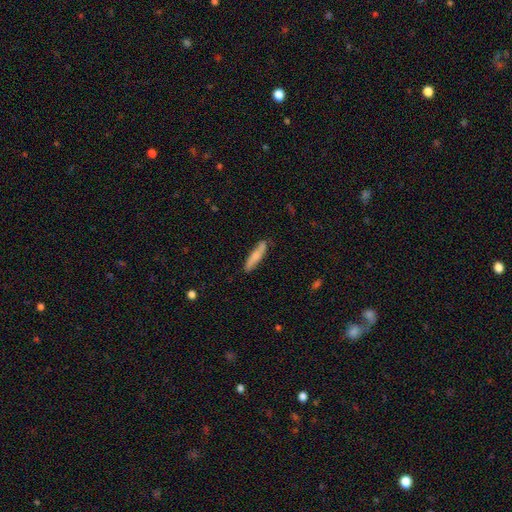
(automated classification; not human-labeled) smooth_or_featured: smooth (p=0.65) [alt: featured or disk p=0.30]
how_rounded: cigar-shaped (p=0.84) [alt: in between p=0.14]
merging: none (p=0.80) [alt: minor disturbance p=0.15]